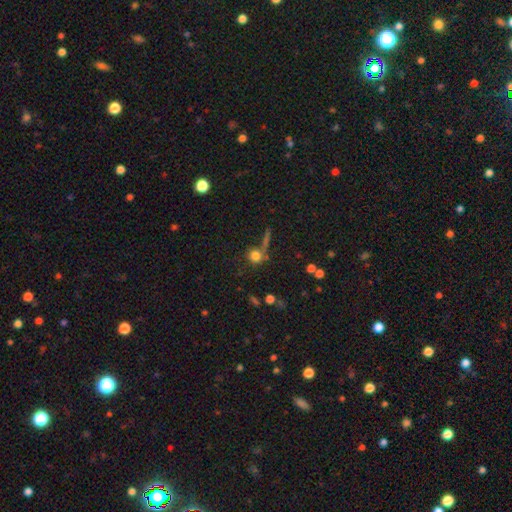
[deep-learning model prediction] A smooth galaxy with no disk features (75%) that is round (86%). Merging: none (60%).